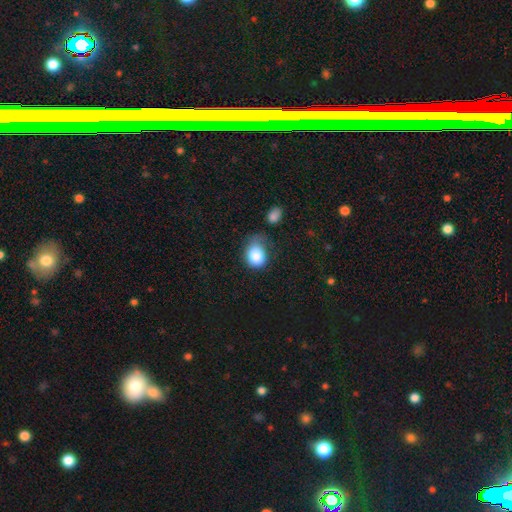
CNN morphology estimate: smooth-or-featured: smooth: 84% | star or artifact: 9% | featured or disk: 7%
  how-rounded: in between: 52% | round: 47% | cigar-shaped: 1%
  merging: none: 37% | minor disturbance: 36% | major disturbance: 20% | merger: 8%